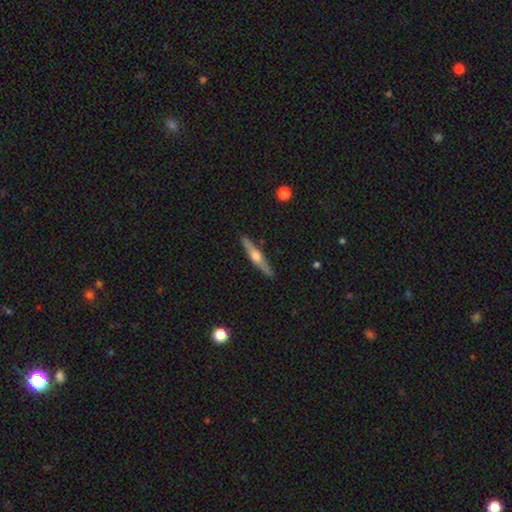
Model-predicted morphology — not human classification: smooth-or-featured: featured or disk: 64% | smooth: 31% | star or artifact: 5%
  disk-edge-on: yes: 96% | no: 4%
    edge-on-bulge: rounded: 91% | none: 5% | boxy: 4%
  merging: none: 89% | minor disturbance: 8% | major disturbance: 2% | merger: 1%